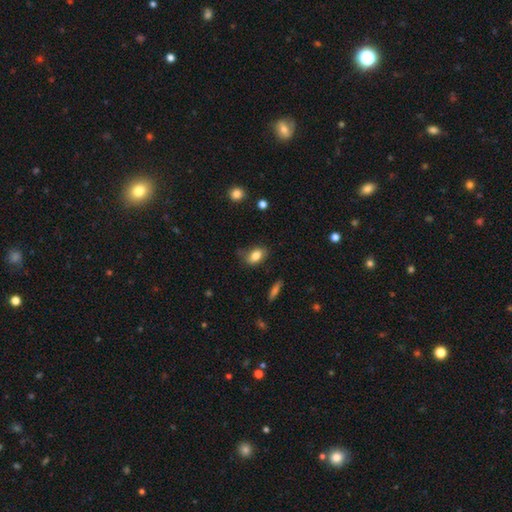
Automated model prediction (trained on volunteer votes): This is clearly a smooth galaxy (82%). How rounded: clearly in between (84%). Merging: likely none (66%).